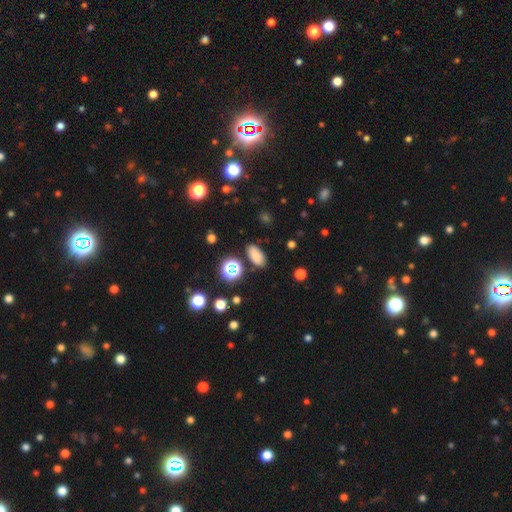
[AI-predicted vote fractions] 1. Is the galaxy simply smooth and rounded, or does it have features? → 76% smooth, 17% star or artifact, 7% featured or disk.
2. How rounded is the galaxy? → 88% in between, 7% round, 5% cigar-shaped.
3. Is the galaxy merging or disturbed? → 82% none, 11% minor disturbance, 3% major disturbance, 3% merger.